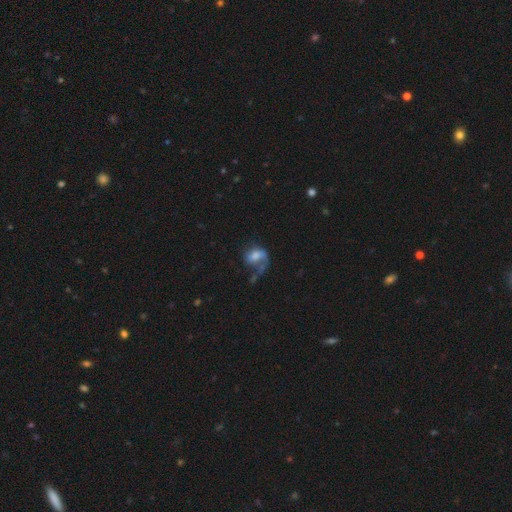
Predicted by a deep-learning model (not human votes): This is possibly a featured or disk galaxy (48%). Merging: marginally major disturbance (42%).